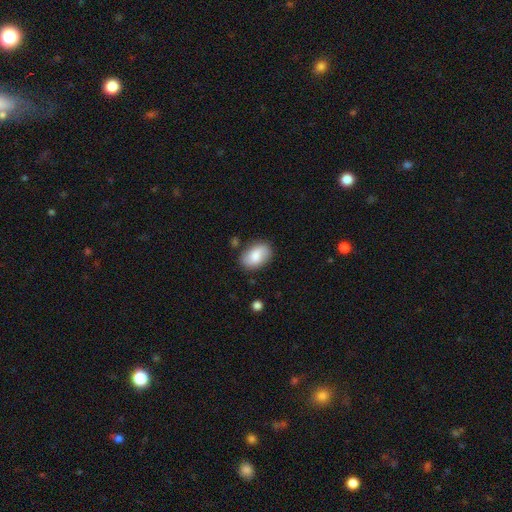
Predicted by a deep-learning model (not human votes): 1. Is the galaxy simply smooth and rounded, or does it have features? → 79% smooth, 15% featured or disk, 6% star or artifact.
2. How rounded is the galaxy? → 89% in between, 9% round, 1% cigar-shaped.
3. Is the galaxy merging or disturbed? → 81% none, 13% minor disturbance, 3% major disturbance, 3% merger.